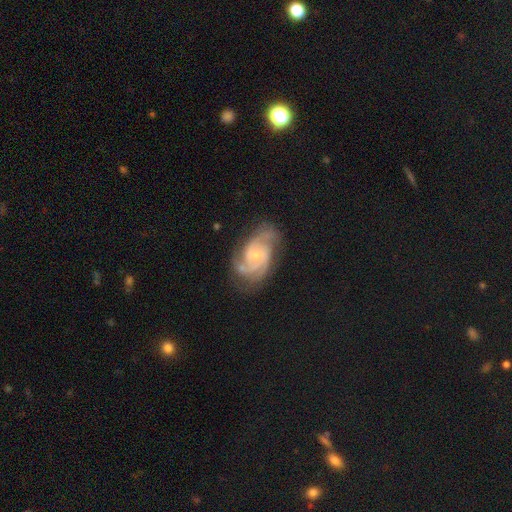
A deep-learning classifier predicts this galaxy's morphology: A featured or disk galaxy (87%) with no bar (52%), 2 (40%) medium (47%) spiral arms (97%) and a small central bulge (69%).

Vote fractions:
- Smooth or featured? featured or disk: 87% / smooth: 7% / star or artifact: 5%
- Edge-on disk? no: 97% / yes: 3%
- Bar? no: 52% / weak: 41% / strong: 7%
- Spiral arms? yes: 97% / no: 3%
- Spiral winding? medium: 47% / tight: 43% / loose: 10%
- Spiral arm count? 2: 40% / 3: 34% / can't tell: 13% / 4: 6% / 1: 4% / more than 4: 4%
- Bulge size? small: 69% / moderate: 26% / none: 3% / large: 1% / dominant: 1%
- Merging? none: 67% / minor disturbance: 21% / major disturbance: 9% / merger: 3%